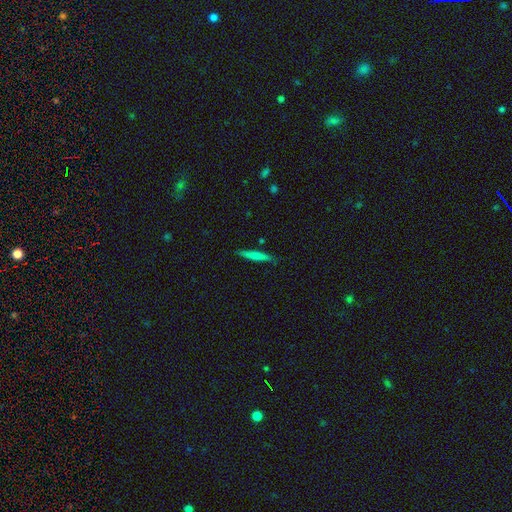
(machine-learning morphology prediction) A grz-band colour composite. It shows a smooth galaxy with no disk features (65%) that is cigar-shaped (93%). Merging: none (86%).